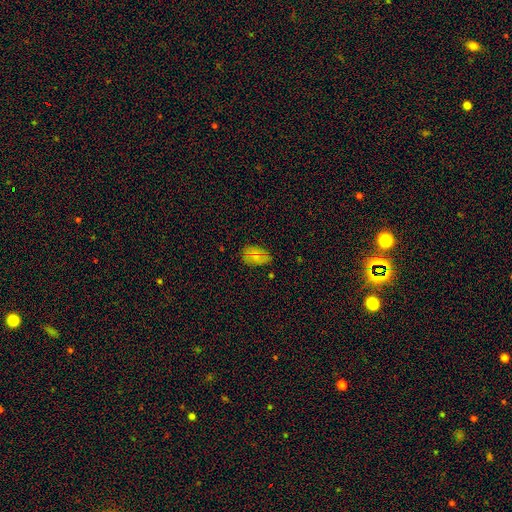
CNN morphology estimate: Smooth or featured? Predicted: smooth (p=0.73). How rounded? Predicted: in between (p=0.89). Merging? Predicted: none (p=0.72).